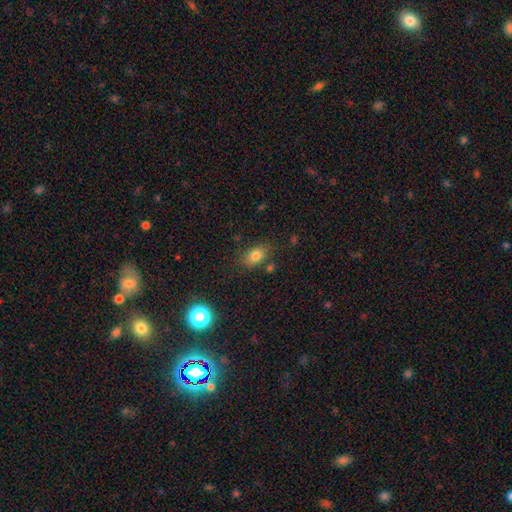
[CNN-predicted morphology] Overall: smooth (79%). How rounded: in between (75%). Merging: none (75%).